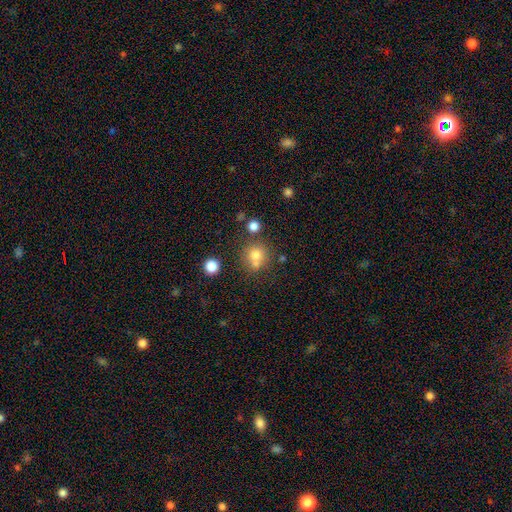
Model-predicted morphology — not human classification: A smooth galaxy with no disk features (73%) that is round (87%).

Vote fractions:
- Smooth or featured? smooth: 73% / star or artifact: 15% / featured or disk: 13%
- How rounded? round: 87% / in between: 12% / cigar-shaped: 1%
- Merging? none: 57% / merger: 29% / minor disturbance: 10% / major disturbance: 4%